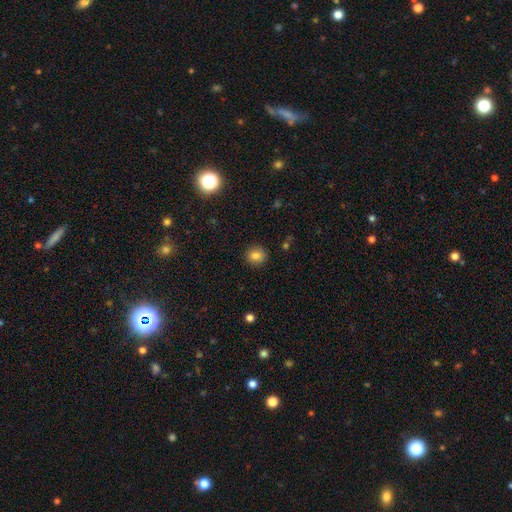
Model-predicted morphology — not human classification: type=smooth (83%); roundness=round (85%); merging=none (90%).